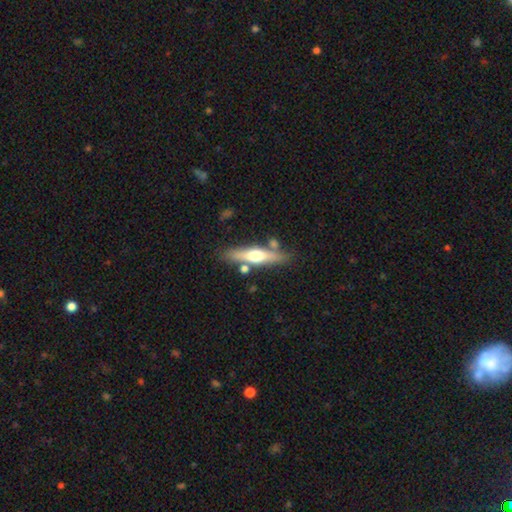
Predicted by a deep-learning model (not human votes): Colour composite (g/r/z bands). It shows a featured or disk galaxy (56%) viewed edge-on (91%) with a rounded central bulge (92%). Merging: none (75%).